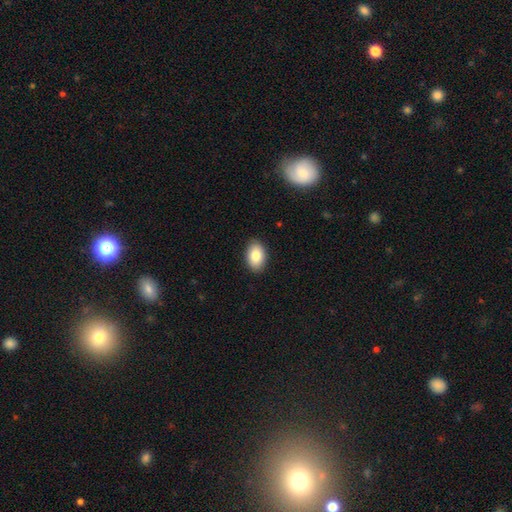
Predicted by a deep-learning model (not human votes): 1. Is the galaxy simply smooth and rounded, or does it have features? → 84% smooth, 9% featured or disk, 7% star or artifact.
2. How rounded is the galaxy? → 89% in between, 10% round, 1% cigar-shaped.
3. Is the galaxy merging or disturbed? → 89% none, 8% minor disturbance, 2% major disturbance, 1% merger.